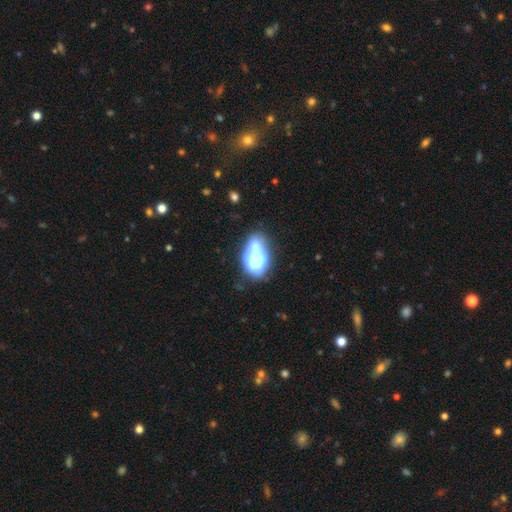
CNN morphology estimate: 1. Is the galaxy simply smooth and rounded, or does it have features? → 54% smooth, 35% featured or disk, 11% star or artifact.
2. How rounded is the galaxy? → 87% in between, 11% round, 3% cigar-shaped.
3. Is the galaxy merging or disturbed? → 35% none, 33% merger, 19% minor disturbance, 13% major disturbance.